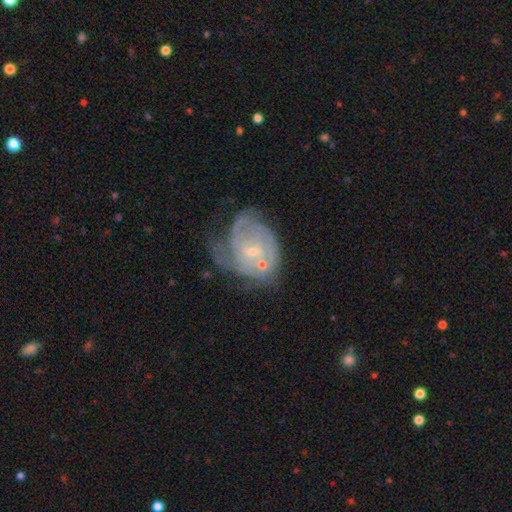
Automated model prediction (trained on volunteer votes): Q: Smooth or featured?
A: featured or disk (74%); runner-up: smooth (13%)
Q: Edge-on disk?
A: no (97%); runner-up: yes (3%)
Q: Bar?
A: no (64%); runner-up: weak (30%)
Q: Spiral arms?
A: yes (84%); runner-up: no (16%)
Q: Spiral winding?
A: tight (57%); runner-up: medium (31%)
Q: Spiral arm count?
A: can't tell (44%); runner-up: 2 (19%)
Q: Bulge size?
A: small (67%); runner-up: moderate (26%)
Q: Merging?
A: none (45%); runner-up: minor disturbance (22%)